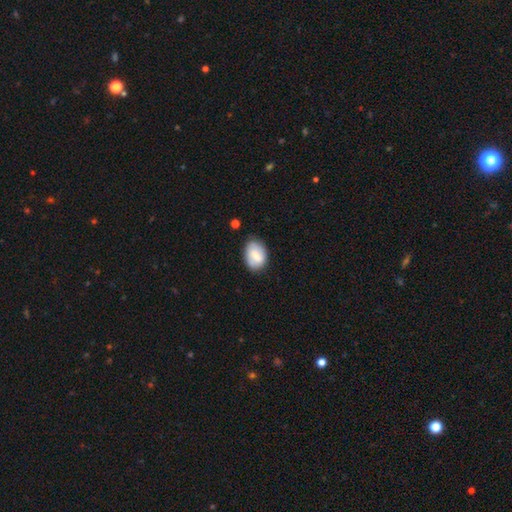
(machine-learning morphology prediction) smooth_or_featured: smooth (p=0.67) [alt: featured or disk p=0.26]
how_rounded: in between (p=0.80) [alt: round p=0.19]
merging: none (p=0.71) [alt: minor disturbance p=0.22]